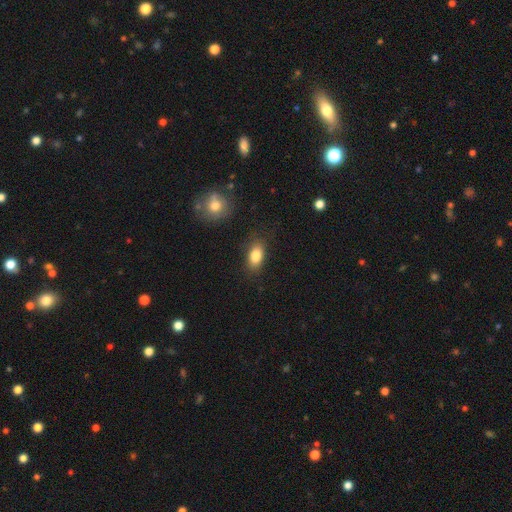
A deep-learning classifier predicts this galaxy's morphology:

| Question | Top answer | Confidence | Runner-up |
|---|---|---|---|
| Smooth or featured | smooth | 83% | featured or disk (8%) |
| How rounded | in between | 88% | round (9%) |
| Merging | none | 82% | minor disturbance (13%) |